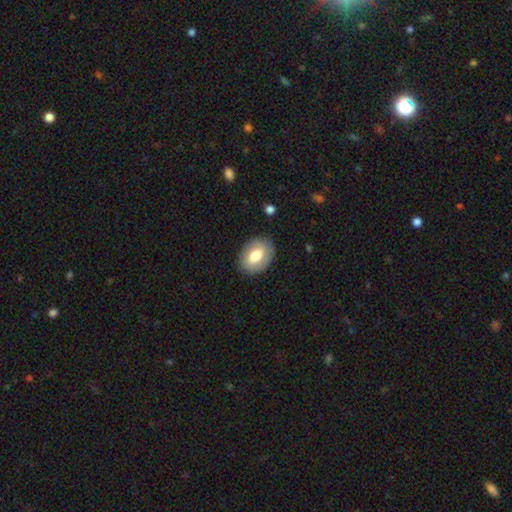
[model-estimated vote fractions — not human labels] This is likely a smooth galaxy (65%). How rounded: likely in between (78%). Merging: clearly none (85%).